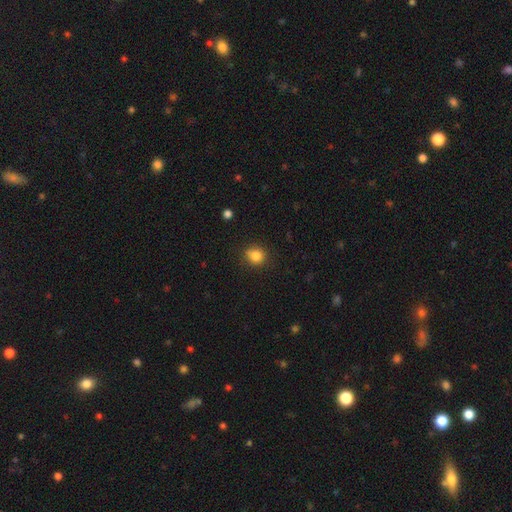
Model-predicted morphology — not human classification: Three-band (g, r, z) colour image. It shows a smooth galaxy with no disk features (83%) that is round (81%). Merging: none (76%).